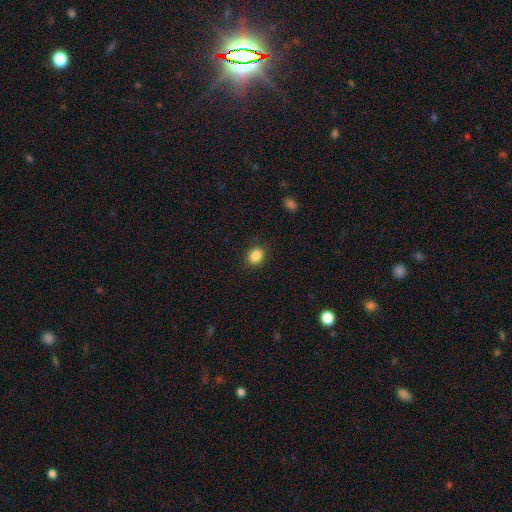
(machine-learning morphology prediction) smooth_or_featured: smooth (p=0.86) [alt: star or artifact p=0.10]
how_rounded: round (p=0.54) [alt: in between p=0.45]
merging: none (p=0.88) [alt: minor disturbance p=0.08]